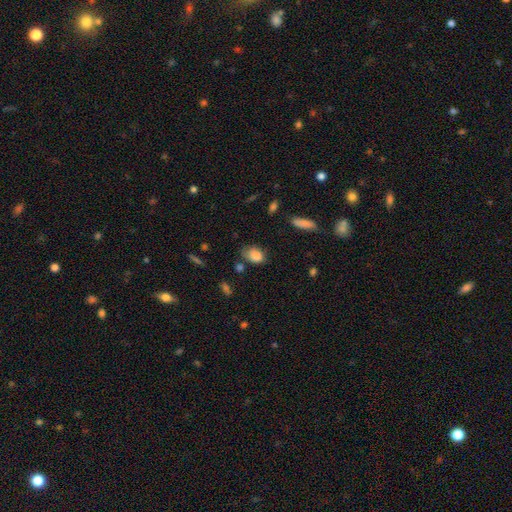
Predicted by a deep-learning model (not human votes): smooth 83%, star or artifact 9%, featured or disk 8%. Down the decision tree: how rounded — in between (75%); merging — none (53%).